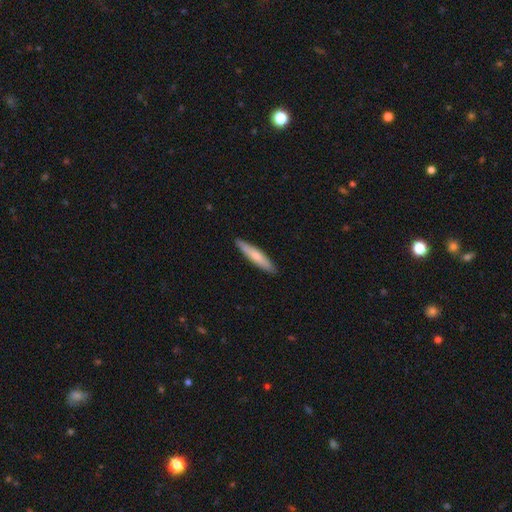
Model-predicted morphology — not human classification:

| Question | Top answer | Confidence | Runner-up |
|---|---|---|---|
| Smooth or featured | smooth | 69% | featured or disk (26%) |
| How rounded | cigar-shaped | 89% | in between (10%) |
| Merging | none | 90% | minor disturbance (8%) |